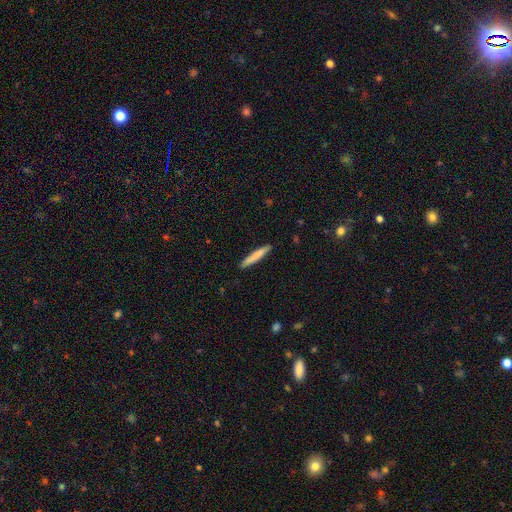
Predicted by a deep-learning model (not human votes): Smooth or featured? Predicted: smooth (p=0.77). How rounded? Predicted: cigar-shaped (p=0.95). Merging? Predicted: none (p=0.91).